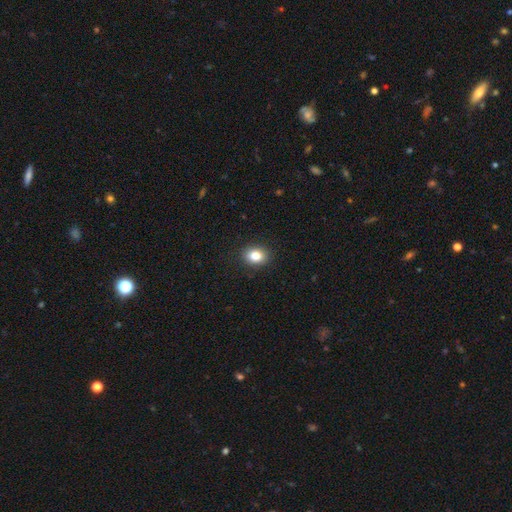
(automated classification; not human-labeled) This appears to be a smooth galaxy with no disk features (84%) that is in between round and cigar-shaped (55%). Merging: none (90%).